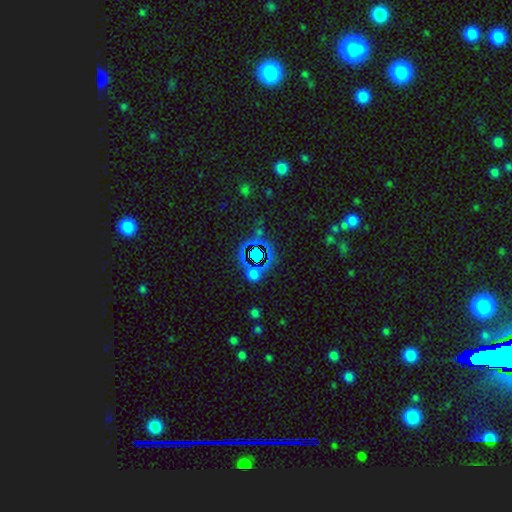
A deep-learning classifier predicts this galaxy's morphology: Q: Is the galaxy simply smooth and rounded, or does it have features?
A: star or artifact — 66%.